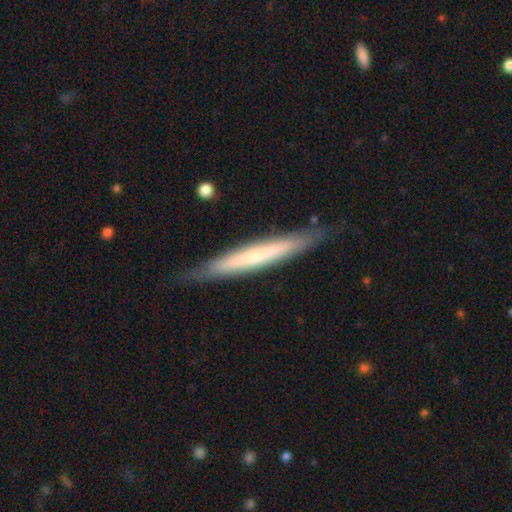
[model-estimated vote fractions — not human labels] smooth_or_featured: smooth (p=0.49) [alt: featured or disk p=0.46]
merging: none (p=0.85) [alt: minor disturbance p=0.12]